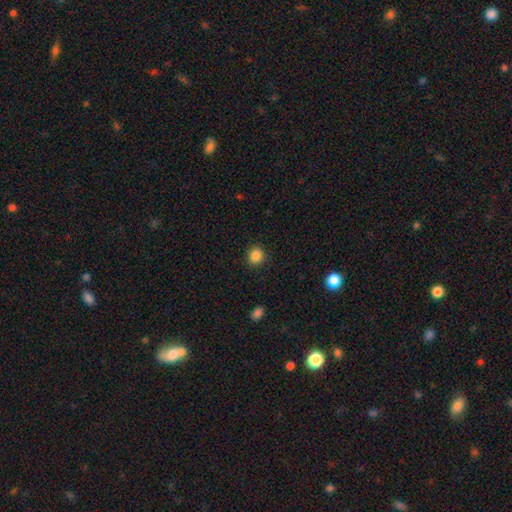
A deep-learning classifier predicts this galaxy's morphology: smooth-or-featured: smooth: 86% | star or artifact: 10% | featured or disk: 3%
  how-rounded: round: 80% | in between: 19% | cigar-shaped: 1%
  merging: none: 90% | minor disturbance: 7% | major disturbance: 2% | merger: 1%